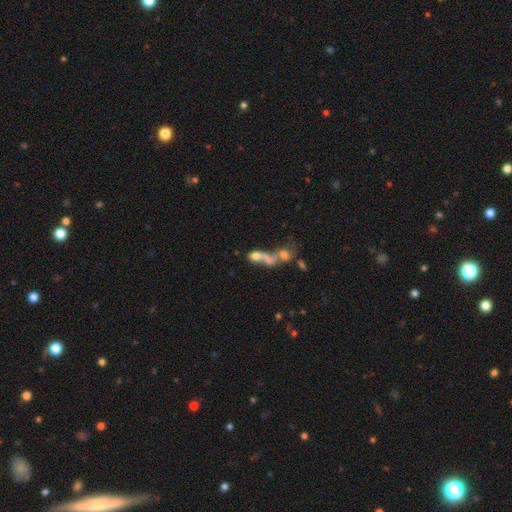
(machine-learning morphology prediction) A smooth galaxy with no disk features (53%) that is in between round and cigar-shaped (60%).

Vote fractions:
- Smooth or featured? smooth: 53% / featured or disk: 32% / star or artifact: 14%
- How rounded? in between: 60% / round: 22% / cigar-shaped: 18%
- Merging? merger: 63% / major disturbance: 16% / none: 14% / minor disturbance: 7%